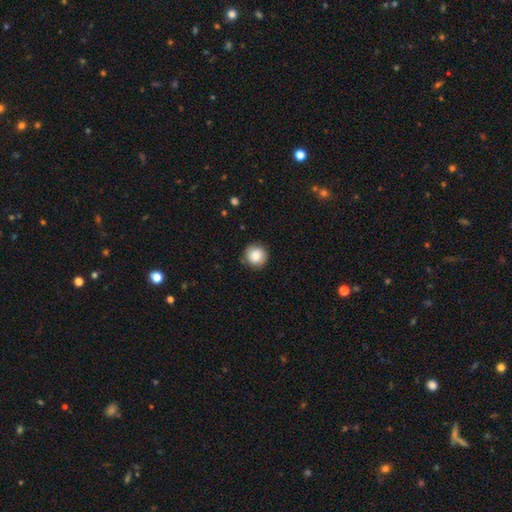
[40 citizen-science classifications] Smooth or featured?
  - smooth: 80% *
  - featured or disk: 10%
  - star or artifact: 10%
How rounded?
  - round: 97% *
  - in between: 3%
  - cigar-shaped: 0%
Merging?
  - none: 92% *
  - minor disturbance: 6%
  - merger: 3%
  - major disturbance: 0%